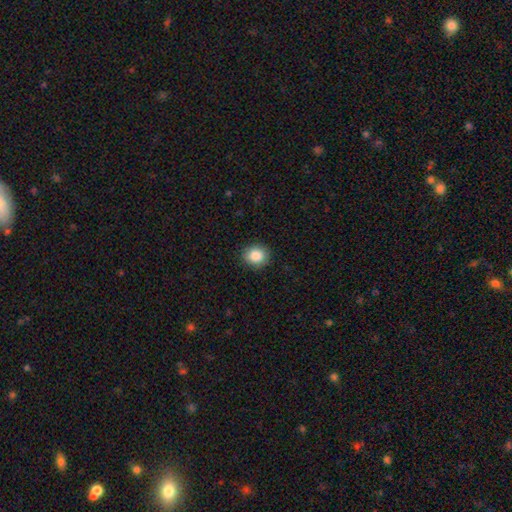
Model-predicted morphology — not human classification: The model was most divided on "how rounded": round: 76%, in between: 23%, cigar-shaped: 1%. More confident: merging — none (89%); smooth or featured — smooth (86%).